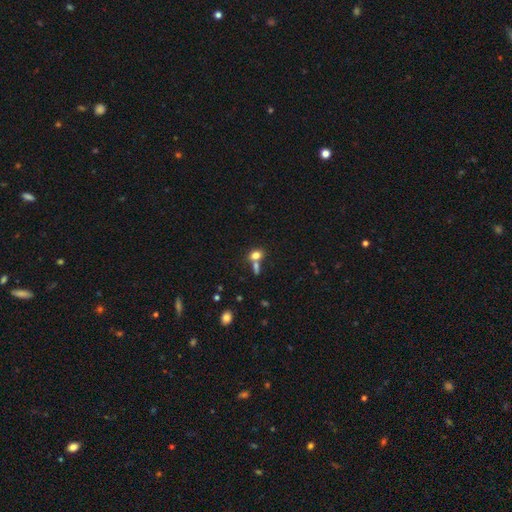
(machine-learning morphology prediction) smooth-or-featured: smooth: 78% | star or artifact: 12% | featured or disk: 10%
  how-rounded: in between: 67% | round: 30% | cigar-shaped: 3%
  merging: none: 45% | merger: 40% | minor disturbance: 10% | major disturbance: 5%